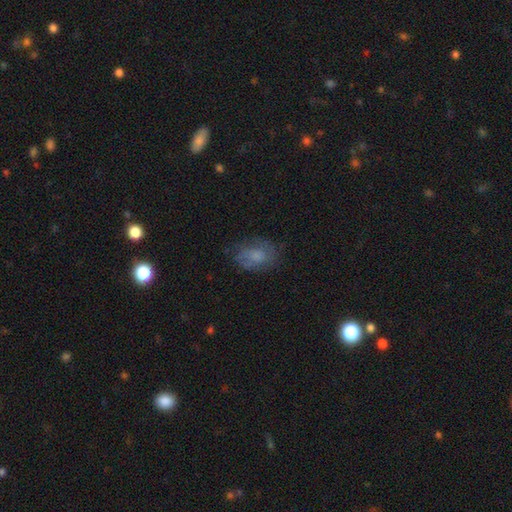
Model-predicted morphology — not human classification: Smooth or featured? Predicted: smooth (p=0.61). How rounded? Predicted: in between (p=0.77). Merging? Predicted: none (p=0.66).